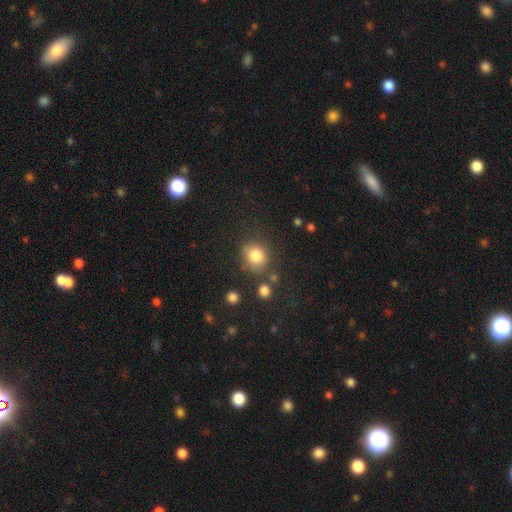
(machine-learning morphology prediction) Smooth or featured? Predicted: smooth (p=0.82). How rounded? Predicted: round (p=0.77). Merging? Predicted: none (p=0.70).